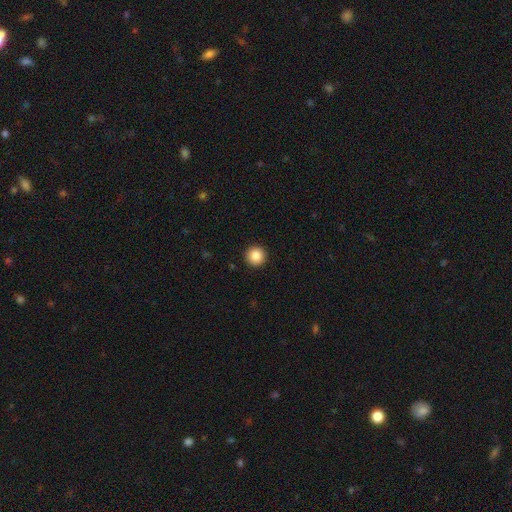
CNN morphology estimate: A smooth galaxy with no disk features (86%) that is round (96%). Merging: none (93%).